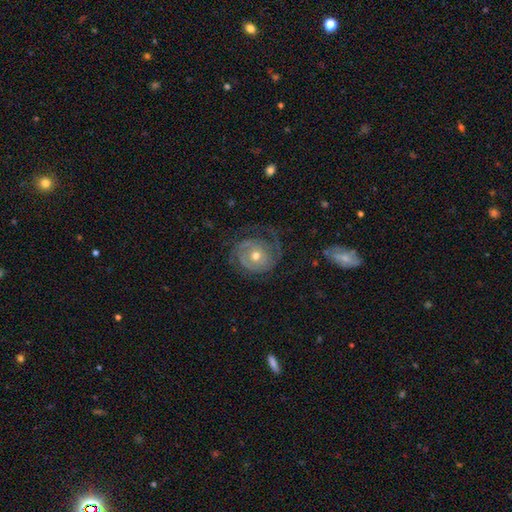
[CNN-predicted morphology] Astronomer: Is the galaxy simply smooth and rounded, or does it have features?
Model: featured or disk — 77%.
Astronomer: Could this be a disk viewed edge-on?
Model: no — 97%.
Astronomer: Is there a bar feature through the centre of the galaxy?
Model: no — 77%.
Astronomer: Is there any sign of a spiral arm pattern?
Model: yes — 88%.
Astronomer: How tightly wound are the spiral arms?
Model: tight — 59%.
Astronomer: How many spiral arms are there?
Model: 2 — 37% (runner-up: can't tell, 26%).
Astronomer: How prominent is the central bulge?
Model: moderate — 68%.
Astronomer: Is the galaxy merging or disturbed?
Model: none — 58%.